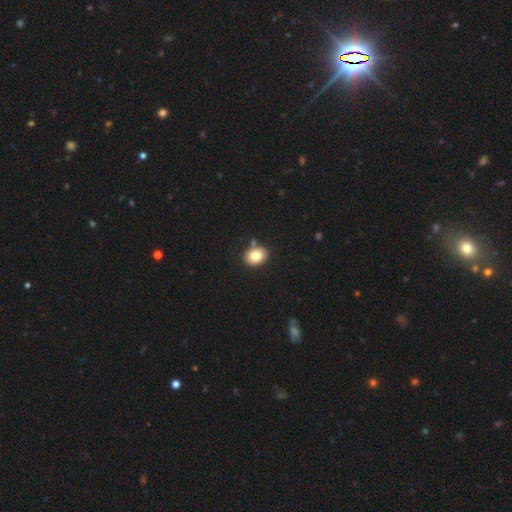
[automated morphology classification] Q: Smooth or featured?
A: smooth (81%); runner-up: featured or disk (10%)
Q: How rounded?
A: in between (57%); runner-up: round (42%)
Q: Merging?
A: none (82%); runner-up: minor disturbance (10%)